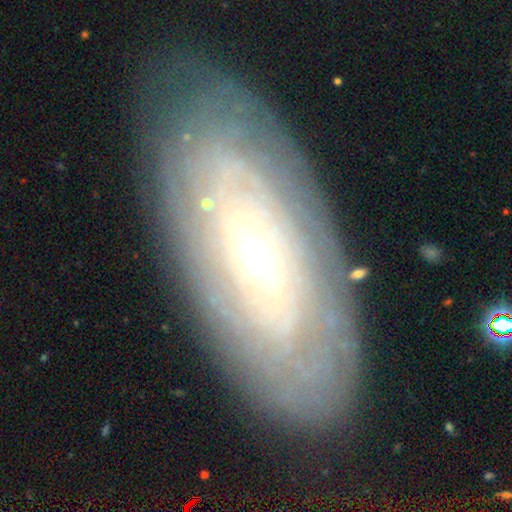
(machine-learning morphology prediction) smooth-or-featured: featured or disk: 75% | smooth: 17% | star or artifact: 8%
  disk-edge-on: no: 84% | yes: 16%
    bar: weak: 42% | strong: 33% | no: 25%
    has-spiral-arms: yes: 72% | no: 28%
    bulge-size: small: 58% | moderate: 33% | large: 5% | none: 3% | dominant: 1%
  merging: none: 78% | minor disturbance: 14% | major disturbance: 5% | merger: 2%